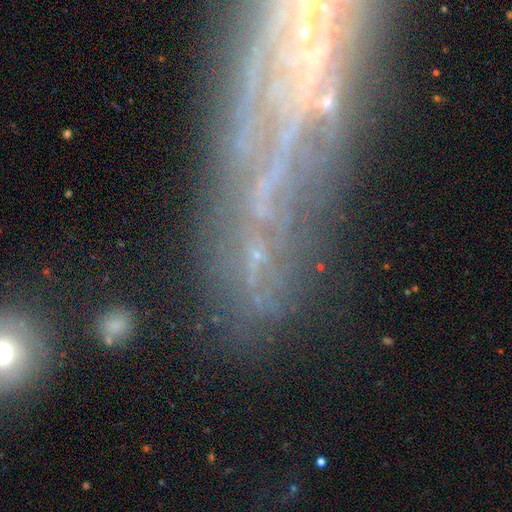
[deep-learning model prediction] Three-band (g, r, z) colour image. It shows a featured or disk galaxy (49%). Merging: none (58%).